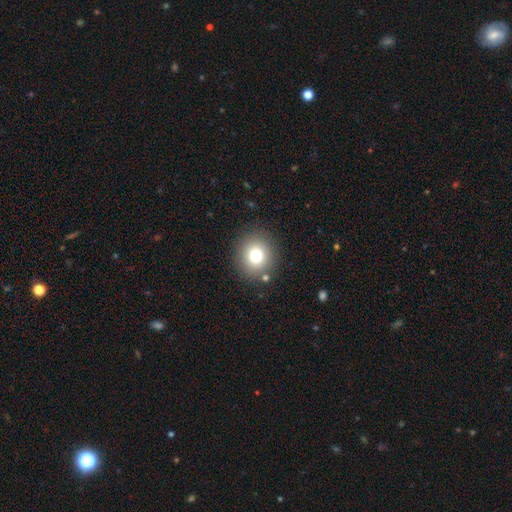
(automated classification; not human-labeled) A smooth galaxy with no disk features (77%) that is round (83%).

Vote fractions:
- Smooth or featured? smooth: 77% / star or artifact: 13% / featured or disk: 11%
- How rounded? round: 83% / in between: 16% / cigar-shaped: 1%
- Merging? none: 85% / minor disturbance: 8% / merger: 3% / major disturbance: 3%